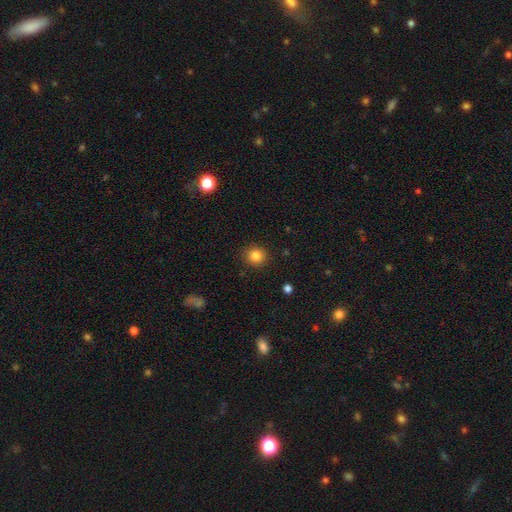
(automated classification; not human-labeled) Smooth or featured: smooth — 84% (star or artifact — 11%)
How rounded: round — 87% (in between — 12%)
Merging: none — 90% (minor disturbance — 7%)